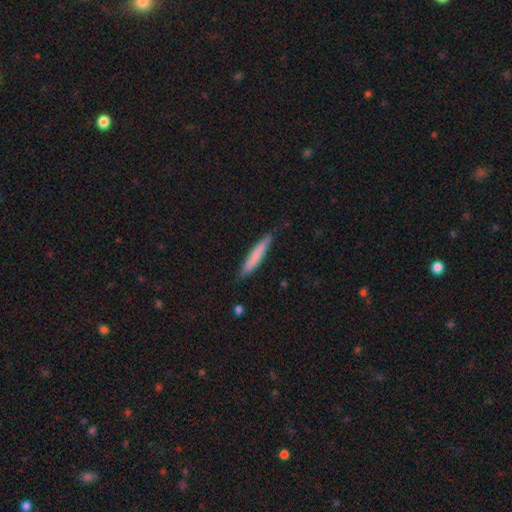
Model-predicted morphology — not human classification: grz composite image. It shows a smooth galaxy with no disk features (74%) that is cigar-shaped (94%). Merging: none (83%).